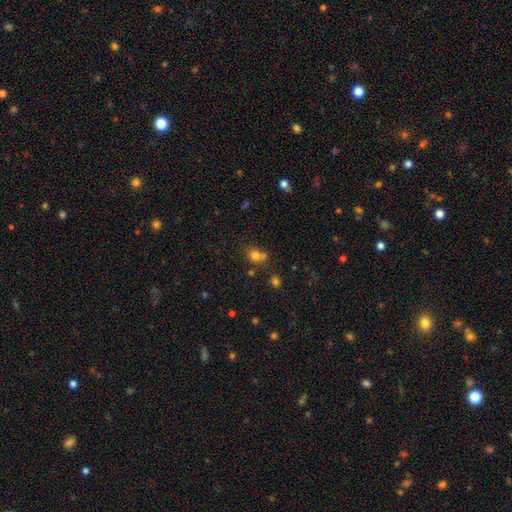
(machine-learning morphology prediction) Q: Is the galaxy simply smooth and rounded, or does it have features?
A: smooth — 74%.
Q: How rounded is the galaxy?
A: round — 69%.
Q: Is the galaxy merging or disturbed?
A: none — 52%.